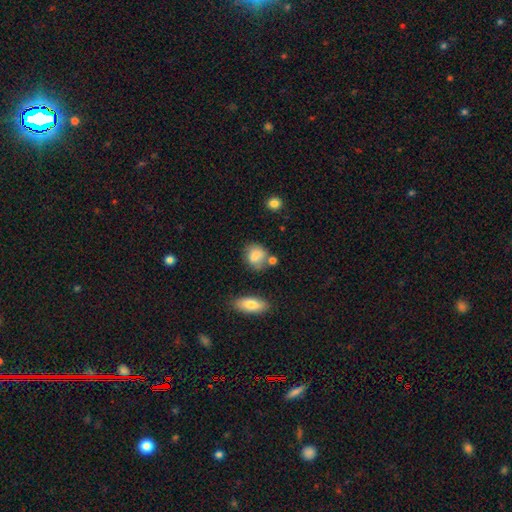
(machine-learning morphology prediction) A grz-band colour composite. It shows a smooth galaxy with no disk features (78%) that is in between round and cigar-shaped (52%). Merging: none (55%).